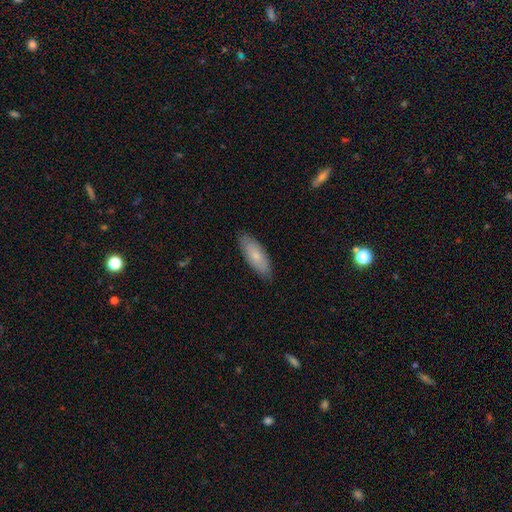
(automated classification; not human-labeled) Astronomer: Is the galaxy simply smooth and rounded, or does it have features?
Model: smooth — 76%.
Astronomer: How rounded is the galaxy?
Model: in between — 64%.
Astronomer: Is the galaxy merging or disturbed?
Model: none — 85%.